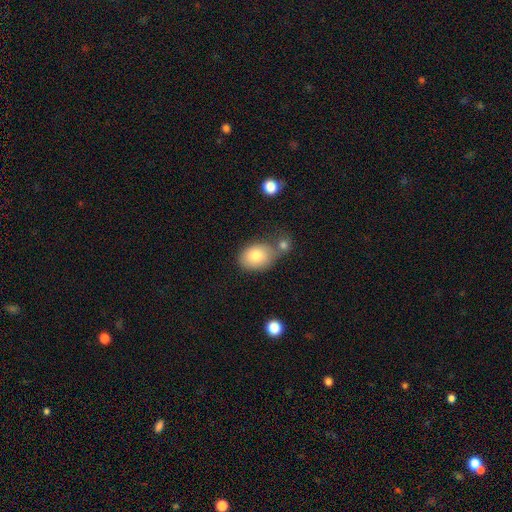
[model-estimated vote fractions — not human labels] This is likely a smooth galaxy (79%). How rounded: likely in between (73%). Merging: possibly none (52%).